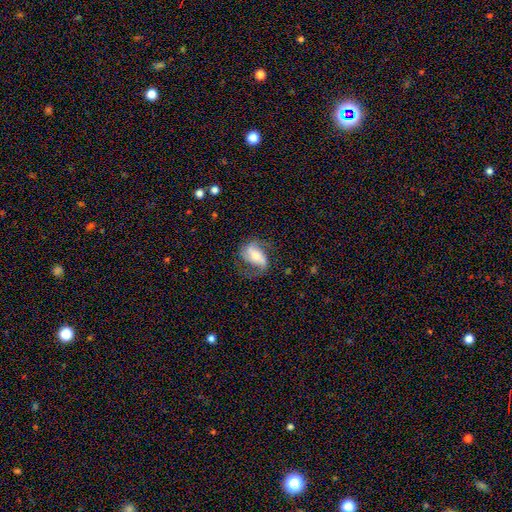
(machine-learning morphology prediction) Smooth or featured? featured or disk (63%)
Edge-on disk? no (93%)
Bar? strong (38%)
Spiral arms? yes (87%)
Spiral winding? loose (45%)
Spiral arm count? 2 (79%)
Bulge size? moderate (51%)
Merging? none (58%)